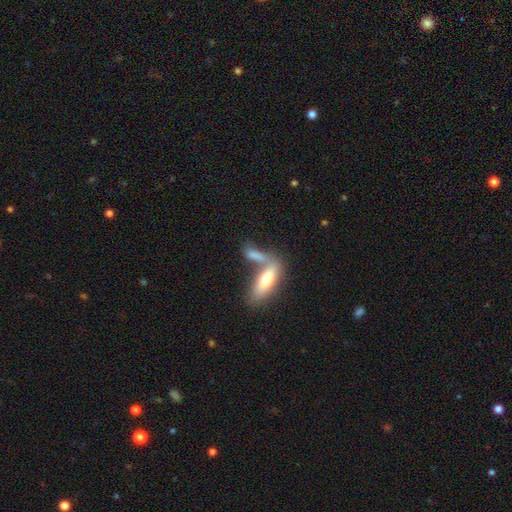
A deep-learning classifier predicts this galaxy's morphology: This appears to be a smooth galaxy with no disk features (70%) that is in between round and cigar-shaped (52%). Merging: merger (51%).